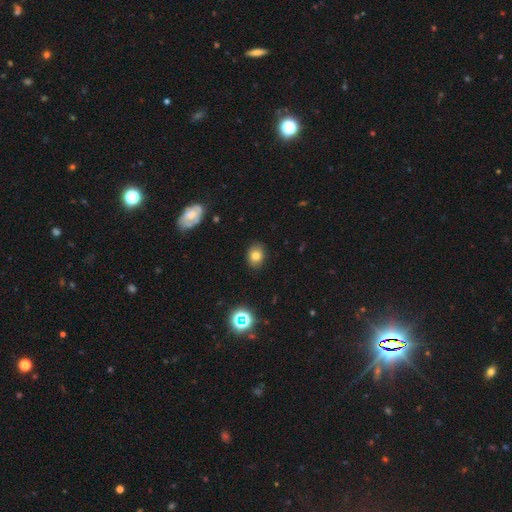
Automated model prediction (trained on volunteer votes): Smooth or featured? smooth (77%)
How rounded? in between (52%)
Merging? none (86%)